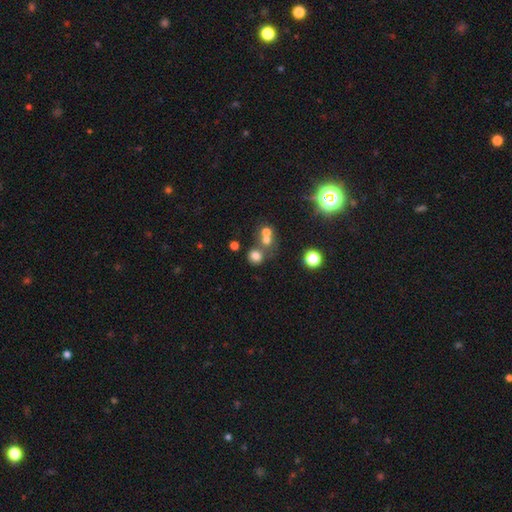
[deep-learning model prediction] Smooth or featured? smooth (71%)
How rounded? round (81%)
Merging? none (51%)